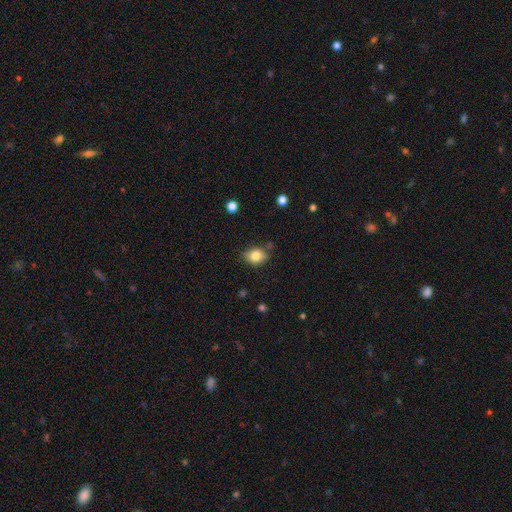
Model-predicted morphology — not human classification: This is clearly a smooth galaxy (81%). How rounded: possibly in between (59%). Merging: likely none (74%).